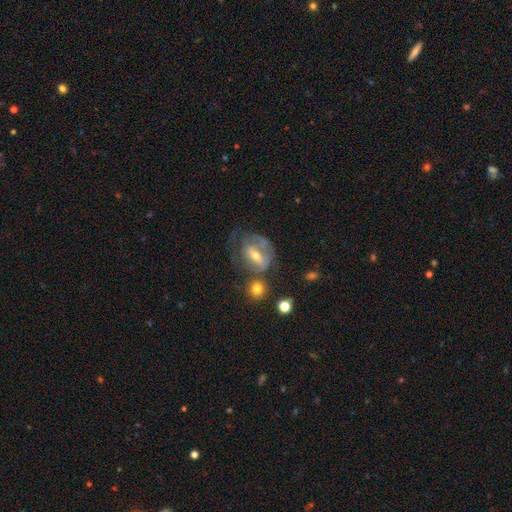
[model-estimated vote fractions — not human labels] This is likely a featured or disk galaxy (66%). It is clearly not viewed edge-on (93%). Bar: marginally weak (41%). Spiral arm pattern: likely yes (62%). Central bulge: possibly moderate (58%). Merging: marginally none (42%).